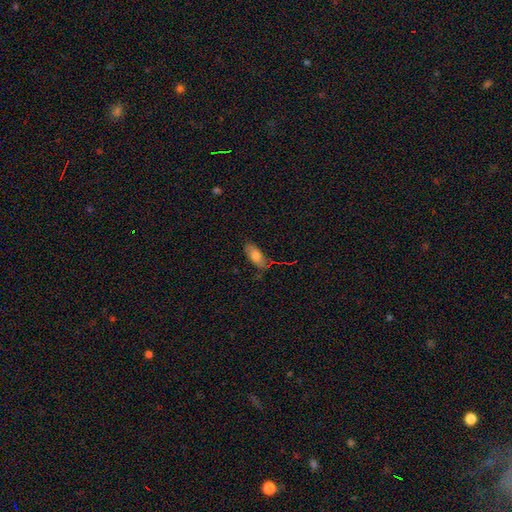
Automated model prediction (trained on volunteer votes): Overall: smooth (74%). How rounded: in between (84%). Merging: none (74%).